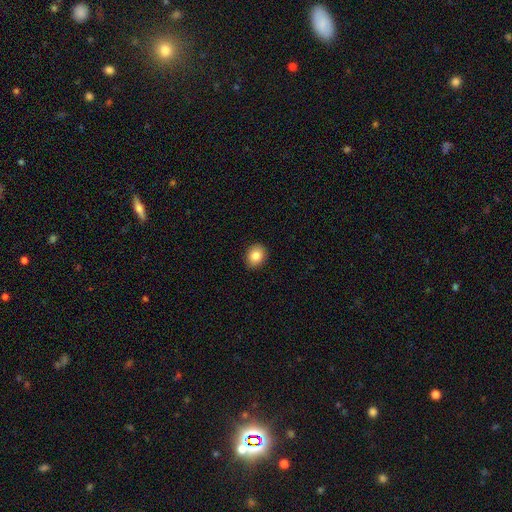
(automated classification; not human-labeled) Overall: smooth (84%). How rounded: round (52%; in between 48%). Merging: none (90%).